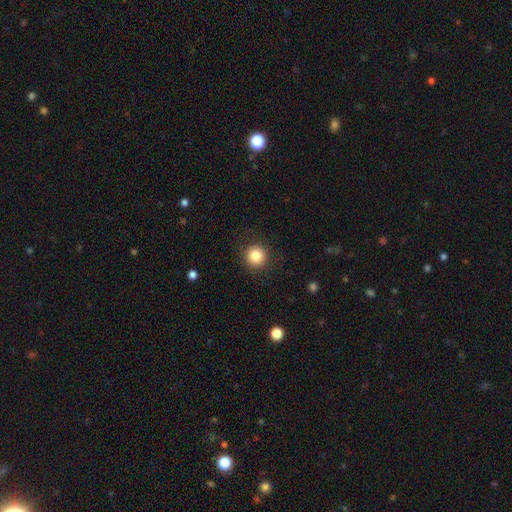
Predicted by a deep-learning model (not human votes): This is clearly a smooth galaxy (84%). How rounded: clearly round (95%). Merging: clearly none (90%).